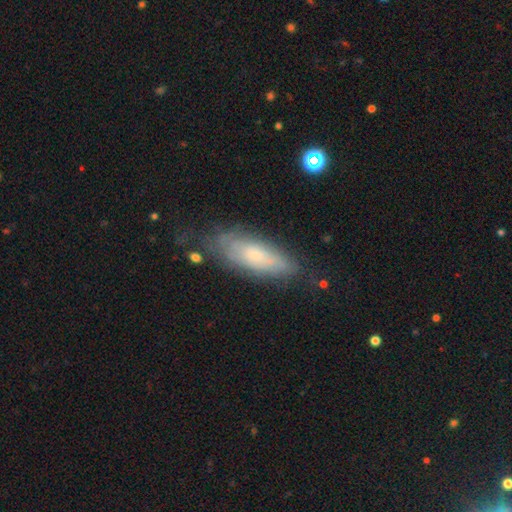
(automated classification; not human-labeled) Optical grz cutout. It shows a smooth galaxy with no disk features (50%) that is in between round and cigar-shaped (64%). Merging: none (63%).